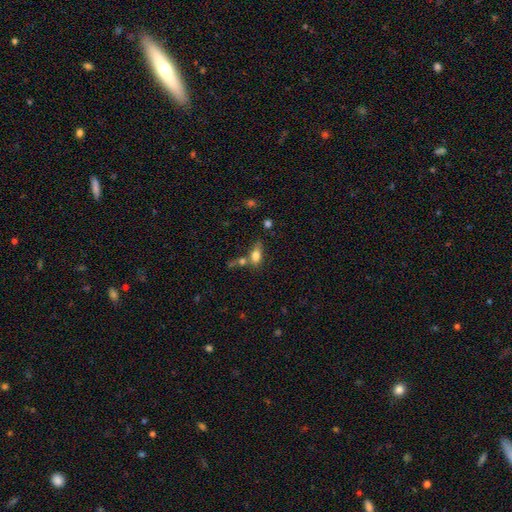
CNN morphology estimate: smooth 74%, featured or disk 16%, star or artifact 10%. Down the decision tree: how rounded — in between (78%); merging — none (42%).